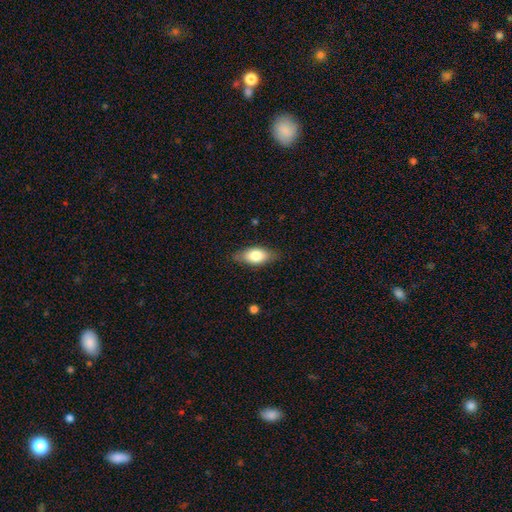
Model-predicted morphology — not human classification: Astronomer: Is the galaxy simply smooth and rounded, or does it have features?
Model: smooth — 75%.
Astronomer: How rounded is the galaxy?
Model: in between — 88%.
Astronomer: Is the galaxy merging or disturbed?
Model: none — 80%.